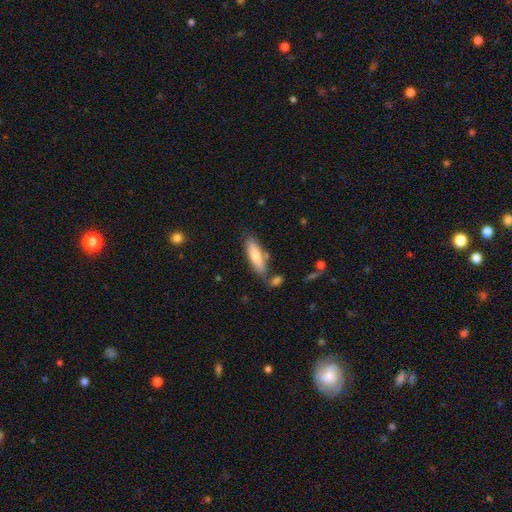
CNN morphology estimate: smooth_or_featured: smooth (p=0.75) [alt: featured or disk p=0.19]
how_rounded: cigar-shaped (p=0.55) [alt: in between p=0.43]
merging: none (p=0.75) [alt: minor disturbance p=0.14]